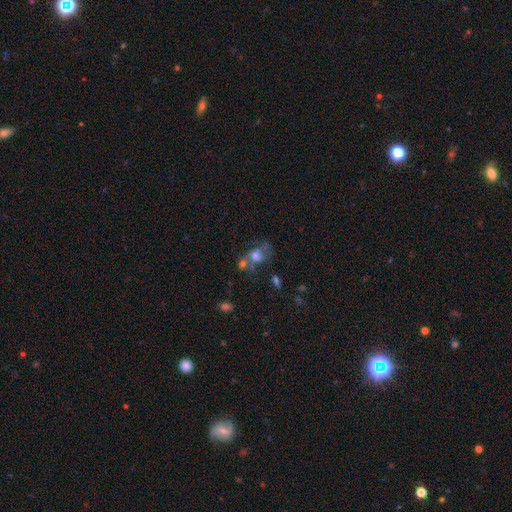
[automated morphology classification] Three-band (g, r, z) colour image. It shows a smooth galaxy with no disk features (59%) that is in between round and cigar-shaped (55%). Merging: merger (42%).